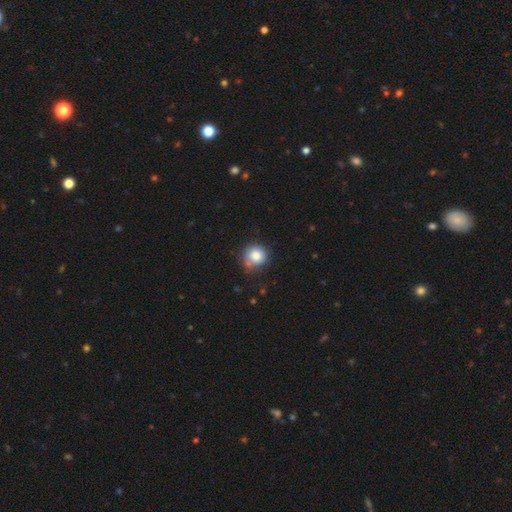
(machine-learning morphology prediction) A smooth galaxy with no disk features (83%) that is round (89%).

Vote fractions:
- Smooth or featured? smooth: 83% / star or artifact: 10% / featured or disk: 8%
- How rounded? round: 89% / in between: 10% / cigar-shaped: 1%
- Merging? none: 68% / minor disturbance: 21% / merger: 5% / major disturbance: 5%